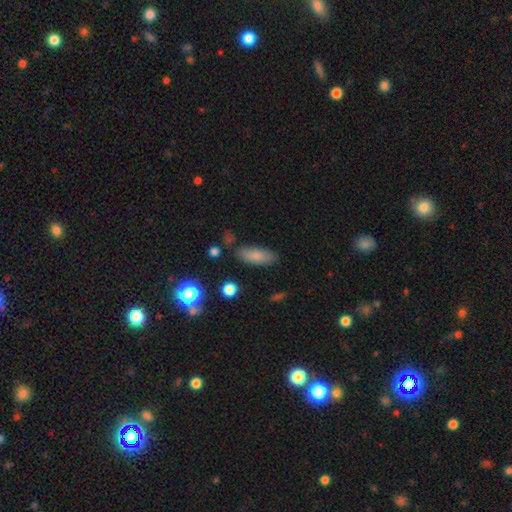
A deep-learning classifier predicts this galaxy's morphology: Smooth or featured: smooth — 81% (featured or disk — 11%)
How rounded: in between — 75% (cigar-shaped — 22%)
Merging: none — 80% (minor disturbance — 13%)